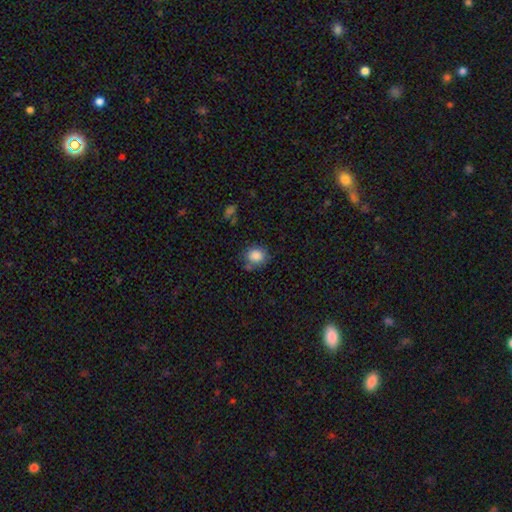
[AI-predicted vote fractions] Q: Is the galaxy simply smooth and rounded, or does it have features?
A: smooth — 86%.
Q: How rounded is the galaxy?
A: round — 70%.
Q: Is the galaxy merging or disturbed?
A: none — 68%.